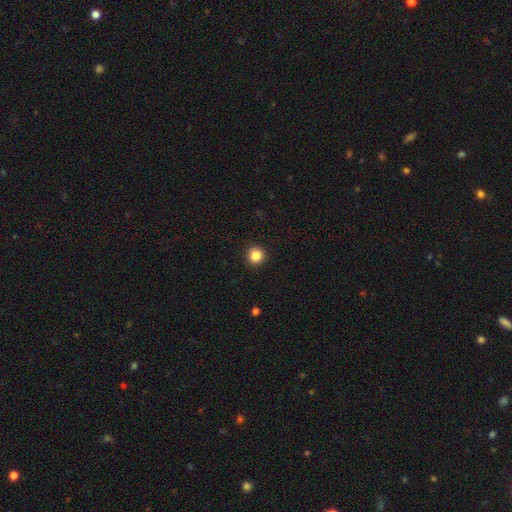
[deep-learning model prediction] smooth-or-featured: smooth: 84% | star or artifact: 11% | featured or disk: 5%
  how-rounded: round: 94% | in between: 5% | cigar-shaped: 1%
  merging: none: 92% | minor disturbance: 5% | major disturbance: 2% | merger: 1%